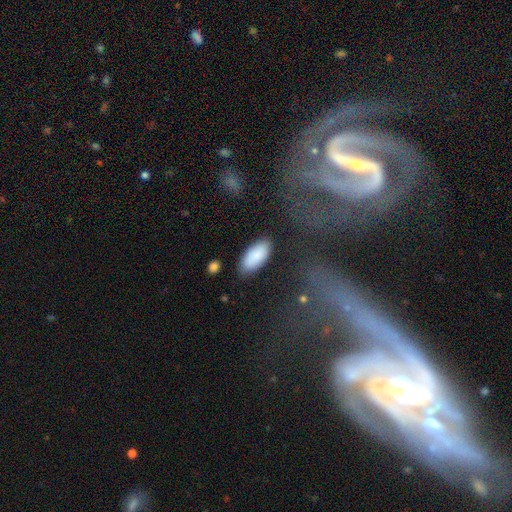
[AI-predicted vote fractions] smooth 86%, featured or disk 8%, star or artifact 6%. Down the decision tree: how rounded — in between (90%); merging — none (83%).